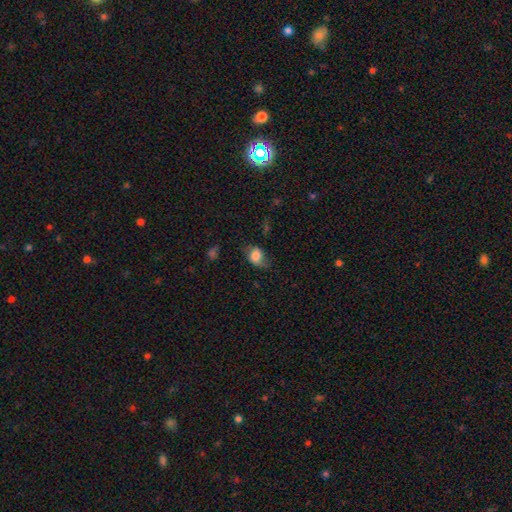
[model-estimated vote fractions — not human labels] Smooth or featured?
  - smooth: 71% *
  - featured or disk: 19%
  - star or artifact: 9%
How rounded?
  - in between: 69% *
  - round: 29%
  - cigar-shaped: 2%
Merging?
  - none: 54% *
  - minor disturbance: 30%
  - major disturbance: 14%
  - merger: 2%